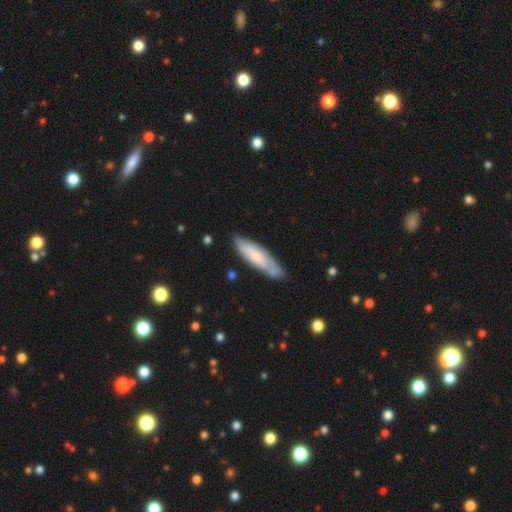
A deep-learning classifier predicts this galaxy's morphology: Smooth or featured: smooth — 65% (featured or disk — 29%)
How rounded: cigar-shaped — 68% (in between — 31%)
Merging: none — 70% (minor disturbance — 21%)